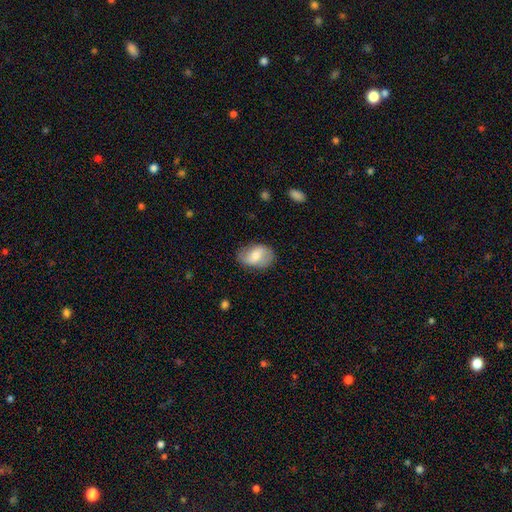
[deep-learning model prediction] A smooth galaxy with no disk features (58%) that is in between round and cigar-shaped (85%). Merging: none (78%).